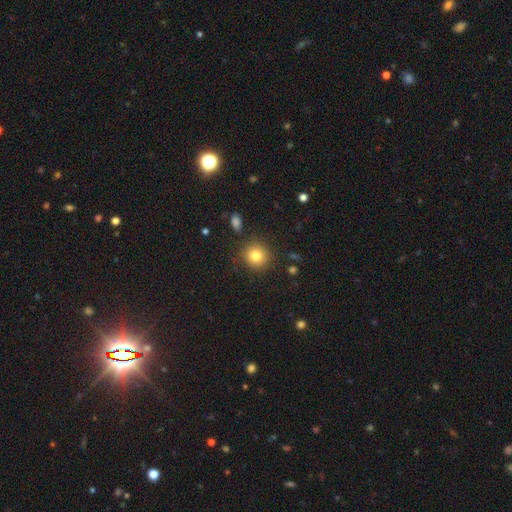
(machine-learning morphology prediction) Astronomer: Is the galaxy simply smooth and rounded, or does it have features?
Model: smooth — 83%.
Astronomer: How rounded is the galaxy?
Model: round — 90%.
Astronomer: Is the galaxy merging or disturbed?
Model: none — 86%.